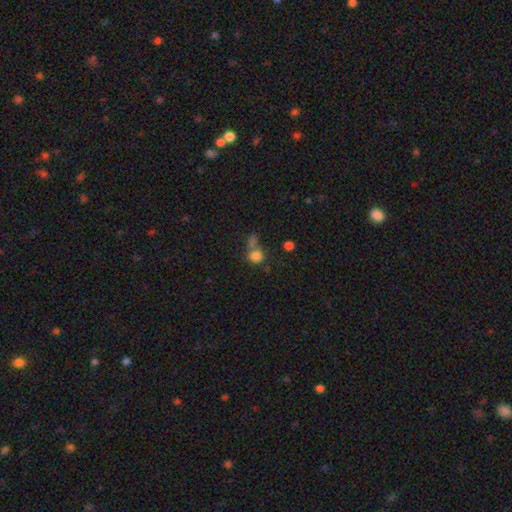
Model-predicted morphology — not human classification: Q: Smooth or featured?
A: smooth (78%); runner-up: star or artifact (13%)
Q: How rounded?
A: round (81%); runner-up: in between (18%)
Q: Merging?
A: none (43%); runner-up: merger (34%)